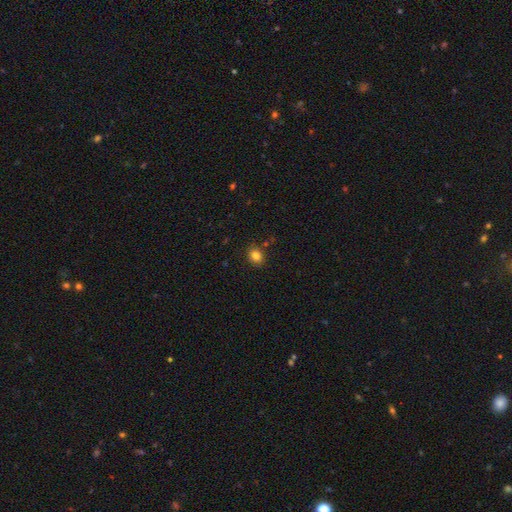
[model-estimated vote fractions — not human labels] A smooth galaxy with no disk features (83%) that is round (51%).

Vote fractions:
- Smooth or featured? smooth: 83% / star or artifact: 11% / featured or disk: 6%
- How rounded? round: 51% / in between: 48% / cigar-shaped: 1%
- Merging? none: 85% / minor disturbance: 10% / merger: 3% / major disturbance: 2%